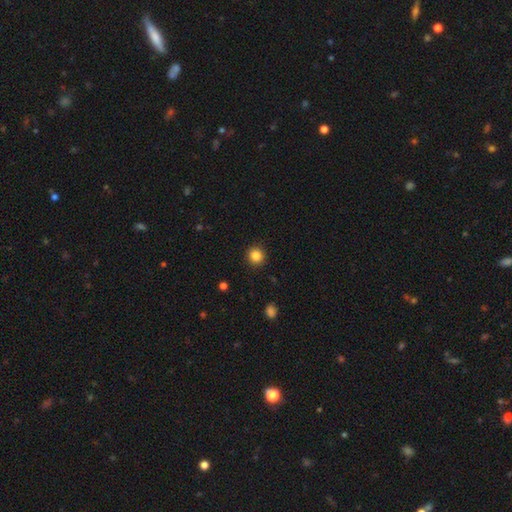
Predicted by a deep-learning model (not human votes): smooth_or_featured: smooth (p=0.85) [alt: star or artifact p=0.11]
how_rounded: round (p=0.92) [alt: in between p=0.07]
merging: none (p=0.92) [alt: minor disturbance p=0.05]